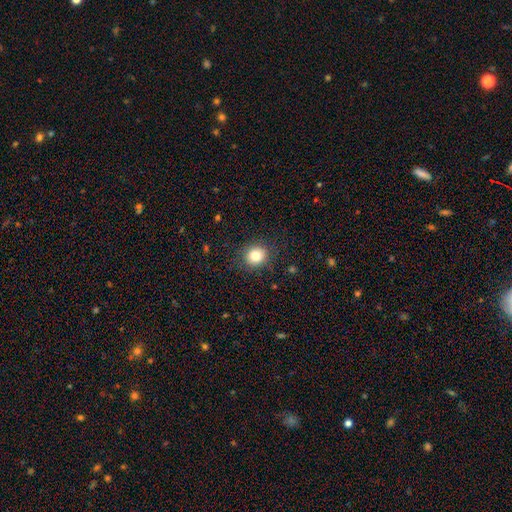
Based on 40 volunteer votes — smooth 85%, star or artifact 12%, featured or disk 2%. Down the decision tree: how rounded — round (76%); merging — none (83%).